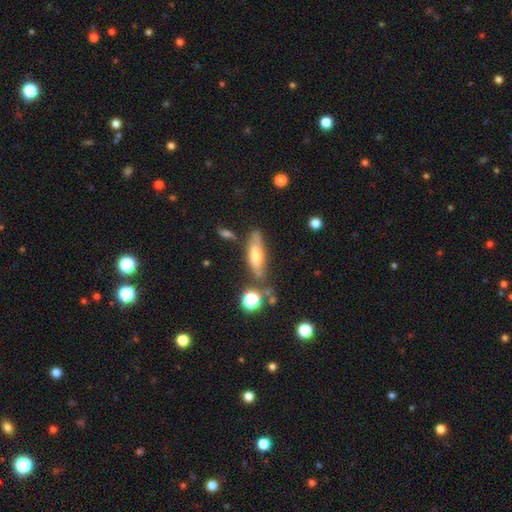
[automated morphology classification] Overall: smooth (50%; featured or disk 40%). Merging: none (59%; minor disturbance 23%).